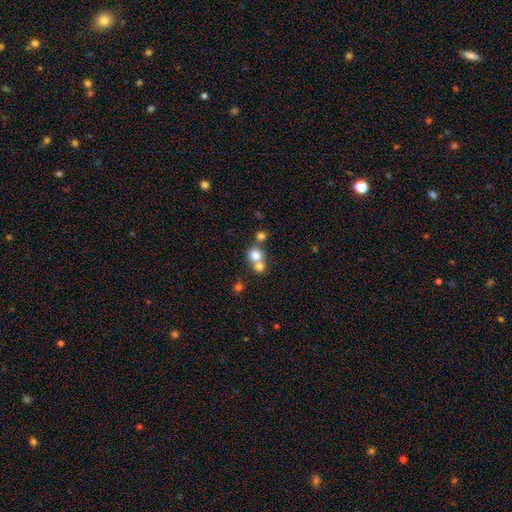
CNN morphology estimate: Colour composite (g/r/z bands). It shows a smooth galaxy with no disk features (77%) that is round (81%). Merging: merger (53%).